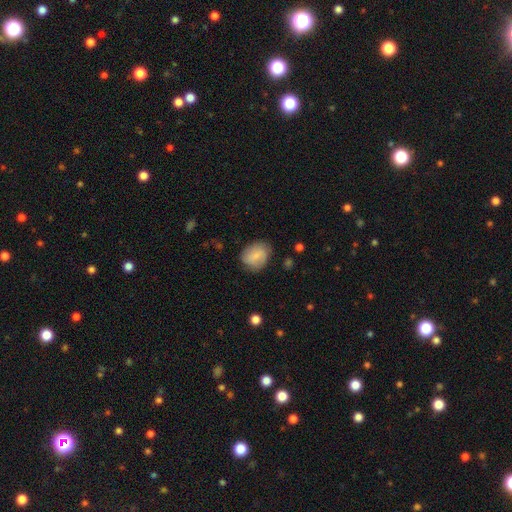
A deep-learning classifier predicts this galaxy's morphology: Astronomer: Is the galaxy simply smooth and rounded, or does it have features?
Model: smooth — 69%.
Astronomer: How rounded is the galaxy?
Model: in between — 57% (runner-up: round, 41%).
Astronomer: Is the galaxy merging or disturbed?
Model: none — 73%.